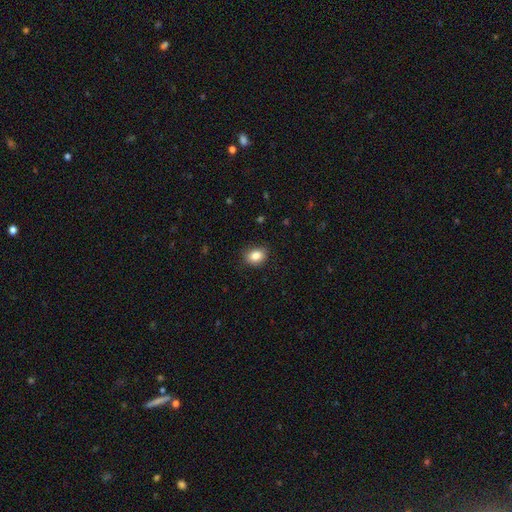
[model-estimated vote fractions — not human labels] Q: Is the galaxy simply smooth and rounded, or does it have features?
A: smooth — 85%.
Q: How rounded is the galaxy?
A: in between — 59%.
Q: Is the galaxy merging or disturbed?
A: none — 85%.